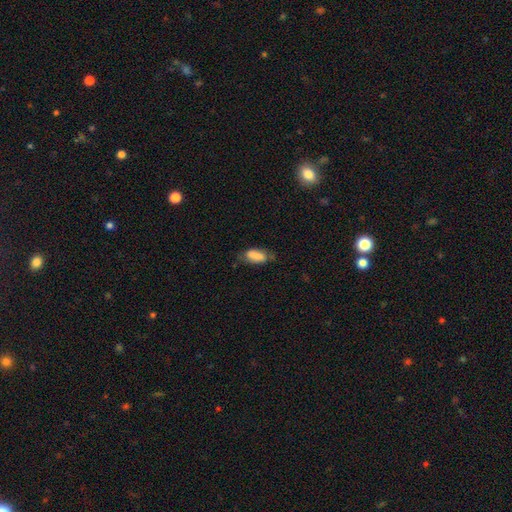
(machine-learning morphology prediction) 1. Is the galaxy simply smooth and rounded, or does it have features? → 80% smooth, 13% featured or disk, 7% star or artifact.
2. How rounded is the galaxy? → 84% in between, 13% cigar-shaped, 3% round.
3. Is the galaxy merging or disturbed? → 57% none, 31% minor disturbance, 9% major disturbance, 3% merger.